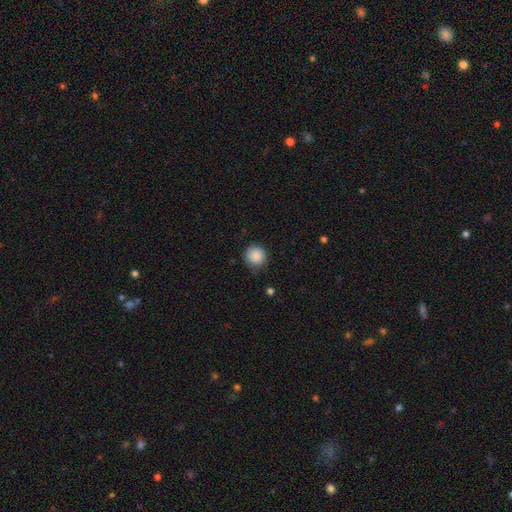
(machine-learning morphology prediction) type=smooth (88%); roundness=round (93%); merging=none (83%).